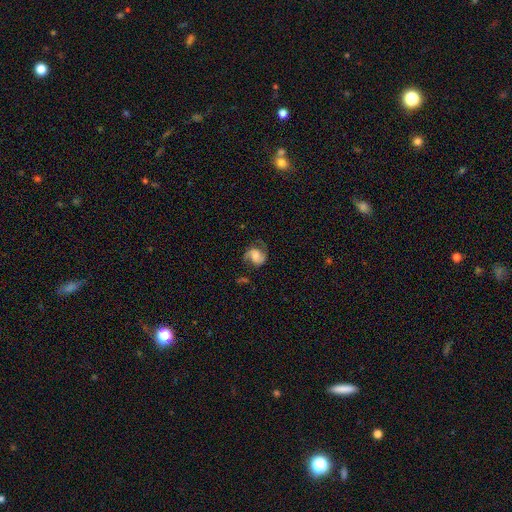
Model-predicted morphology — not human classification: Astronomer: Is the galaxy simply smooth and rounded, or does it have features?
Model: featured or disk — 74%.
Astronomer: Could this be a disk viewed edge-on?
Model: no — 98%.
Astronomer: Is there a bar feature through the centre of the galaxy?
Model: no — 53% (runner-up: weak, 36%).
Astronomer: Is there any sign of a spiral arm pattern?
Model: yes — 94%.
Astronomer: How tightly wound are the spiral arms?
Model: medium — 50% (runner-up: loose, 27%).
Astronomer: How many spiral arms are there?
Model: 2 — 85%.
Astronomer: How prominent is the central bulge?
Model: moderate — 33% (runner-up: small, 26%).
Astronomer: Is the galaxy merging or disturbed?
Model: none — 63%.